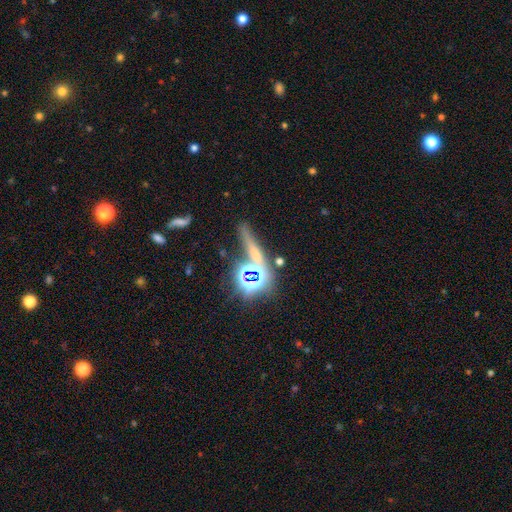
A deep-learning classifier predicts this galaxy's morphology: Smooth or featured: star or artifact — 54% (smooth — 28%)